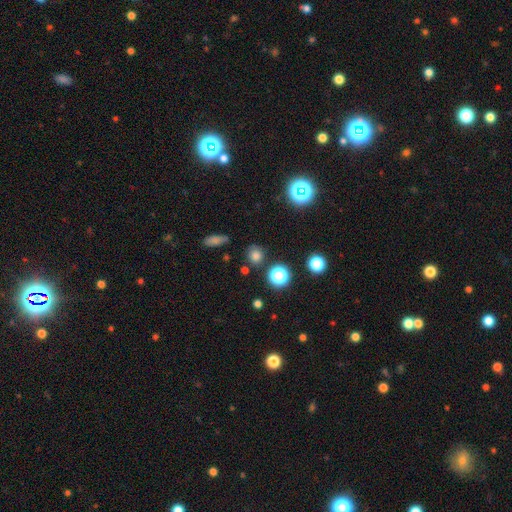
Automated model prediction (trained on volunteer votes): Morphology: type=smooth (73%); roundness=round (87%); merging=none (82%).